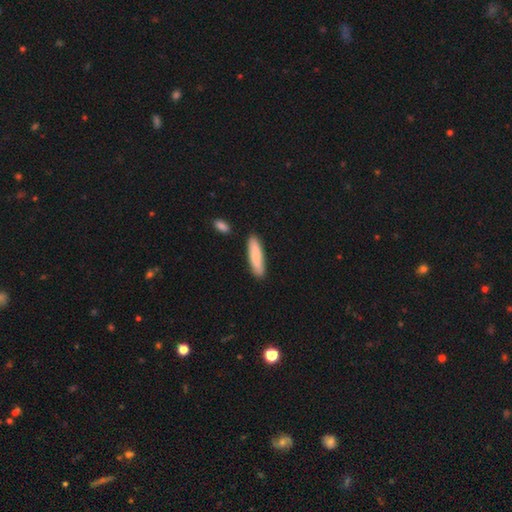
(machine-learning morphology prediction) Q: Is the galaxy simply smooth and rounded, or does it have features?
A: smooth — 80%.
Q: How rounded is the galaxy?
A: cigar-shaped — 74%.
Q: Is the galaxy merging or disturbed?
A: none — 85%.